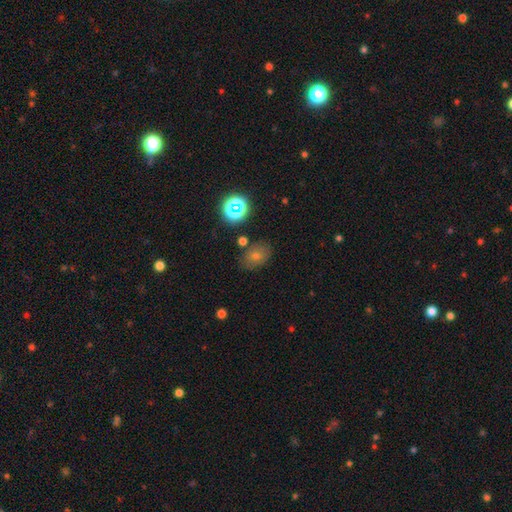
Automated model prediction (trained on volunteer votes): A smooth galaxy with no disk features (60%) that is in between round and cigar-shaped (62%).

Vote fractions:
- Smooth or featured? smooth: 60% / star or artifact: 25% / featured or disk: 15%
- How rounded? in between: 62% / round: 36% / cigar-shaped: 1%
- Merging? none: 79% / minor disturbance: 13% / merger: 5% / major disturbance: 4%